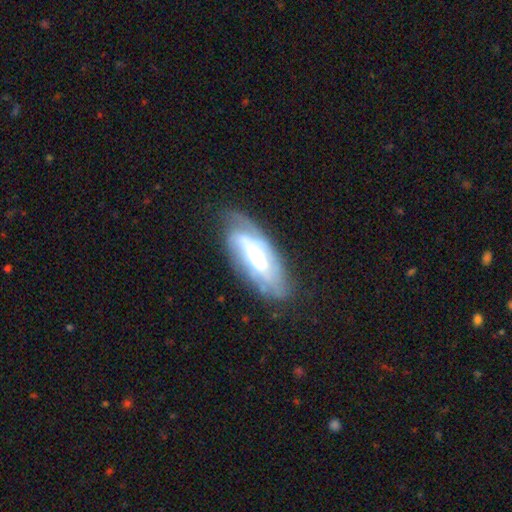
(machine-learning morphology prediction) type=featured or disk (69%); edge-on=no (85%); bar=weak (36%); spiral arms=yes (83%); bulge=moderate (43%); merging=none (63%).